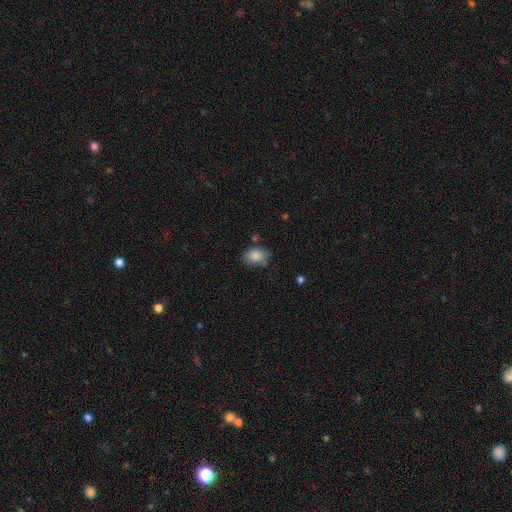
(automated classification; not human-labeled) Smooth or featured?
  - smooth: 86% *
  - star or artifact: 8%
  - featured or disk: 6%
How rounded?
  - in between: 75% *
  - round: 23%
  - cigar-shaped: 1%
Merging?
  - none: 67% *
  - minor disturbance: 23%
  - major disturbance: 6%
  - merger: 4%